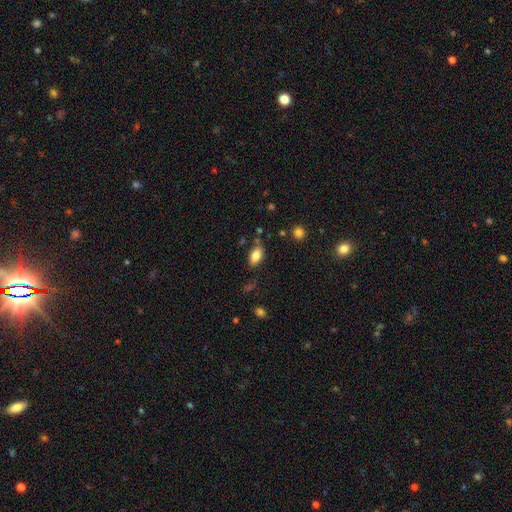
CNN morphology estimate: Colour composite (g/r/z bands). It shows a smooth galaxy with no disk features (83%) that is in between round and cigar-shaped (91%). Merging: none (77%).